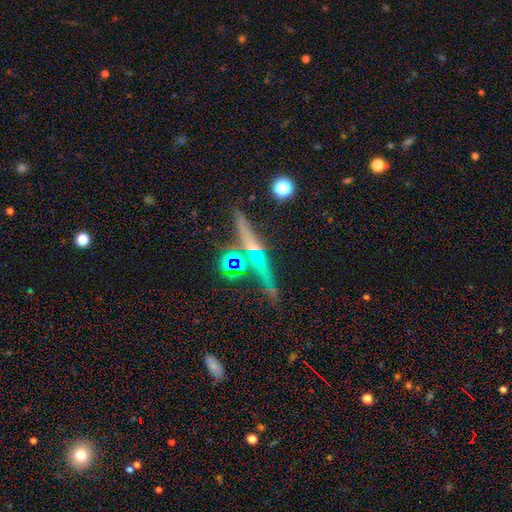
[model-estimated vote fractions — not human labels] Overall: featured or disk (44%; star or artifact 32%). Merging: none (77%).